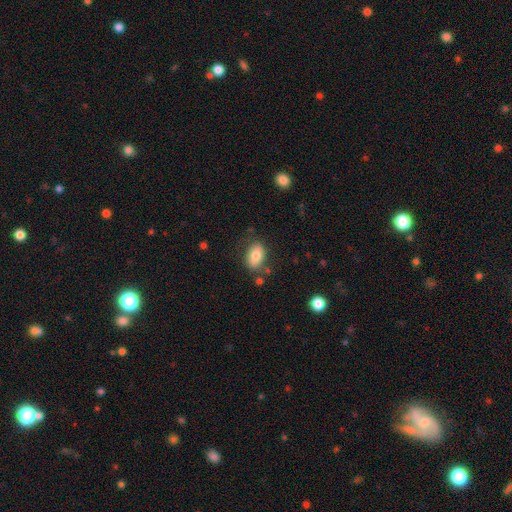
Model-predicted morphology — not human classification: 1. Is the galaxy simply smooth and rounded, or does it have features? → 78% smooth, 15% featured or disk, 8% star or artifact.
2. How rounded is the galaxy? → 88% in between, 11% round, 1% cigar-shaped.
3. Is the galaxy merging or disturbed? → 75% none, 16% minor disturbance, 5% major disturbance, 4% merger.